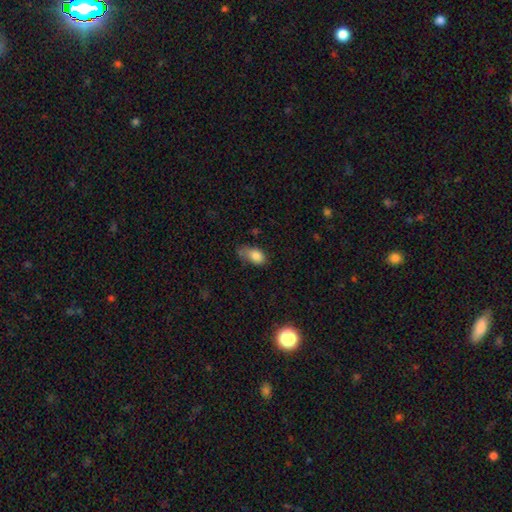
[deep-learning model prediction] Q: Smooth or featured?
A: smooth (83%); runner-up: star or artifact (9%)
Q: How rounded?
A: in between (86%); runner-up: round (12%)
Q: Merging?
A: minor disturbance (41%); runner-up: none (34%)